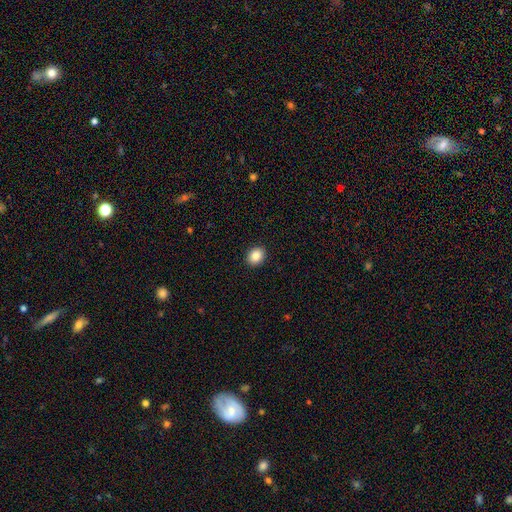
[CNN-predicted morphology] Smooth or featured: smooth — 87% (star or artifact — 9%)
How rounded: round — 55% (in between — 45%)
Merging: none — 92% (minor disturbance — 6%)